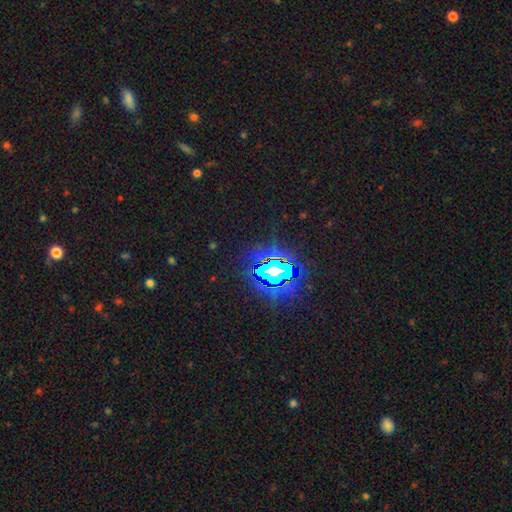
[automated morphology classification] This is clearly a star or artifact rather than a galaxy (85%).